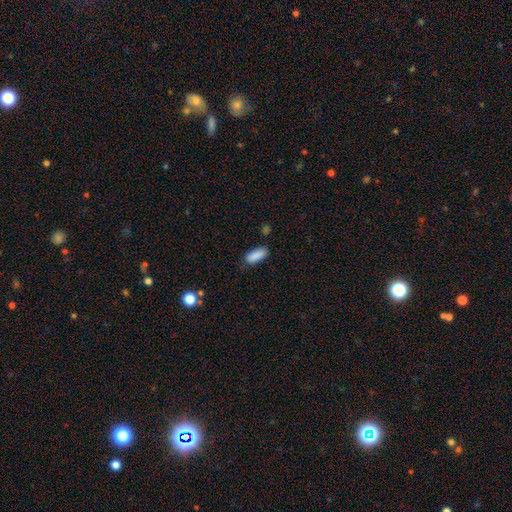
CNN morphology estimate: Overall: smooth (89%). How rounded: in between (78%). Merging: none (78%).